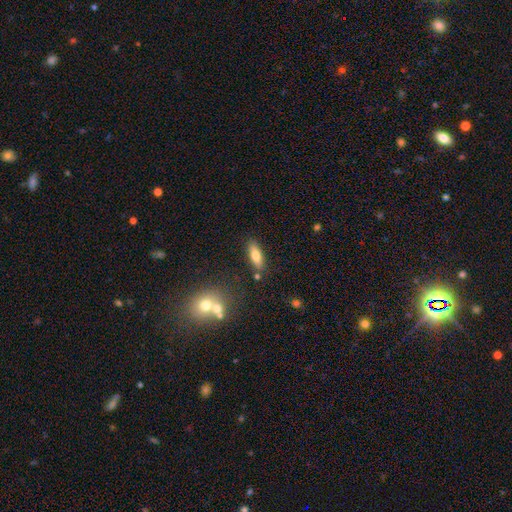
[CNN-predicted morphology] This is likely a smooth galaxy (74%). How rounded: likely in between (61%). Merging: clearly none (81%).